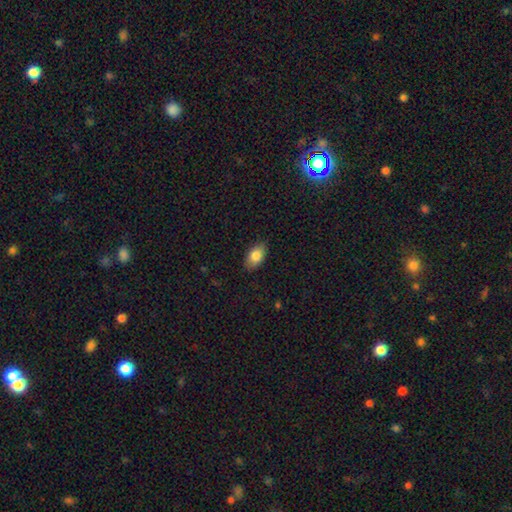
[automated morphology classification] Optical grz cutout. It shows a smooth galaxy with no disk features (83%) that is in between round and cigar-shaped (92%). Merging: none (85%).